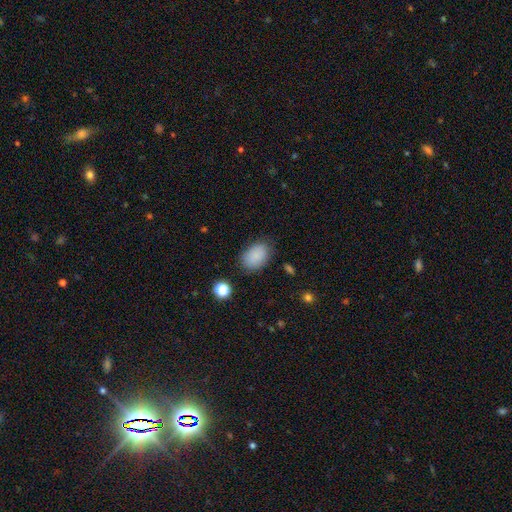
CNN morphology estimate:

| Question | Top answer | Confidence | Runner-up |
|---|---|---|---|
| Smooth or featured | smooth | 87% | star or artifact (8%) |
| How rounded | in between | 86% | round (13%) |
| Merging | none | 80% | minor disturbance (14%) |